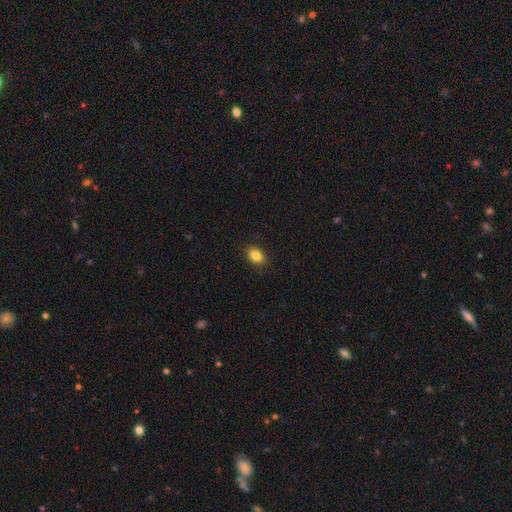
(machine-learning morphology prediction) This is clearly a smooth galaxy (85%). How rounded: likely in between (79%). Merging: clearly none (89%).